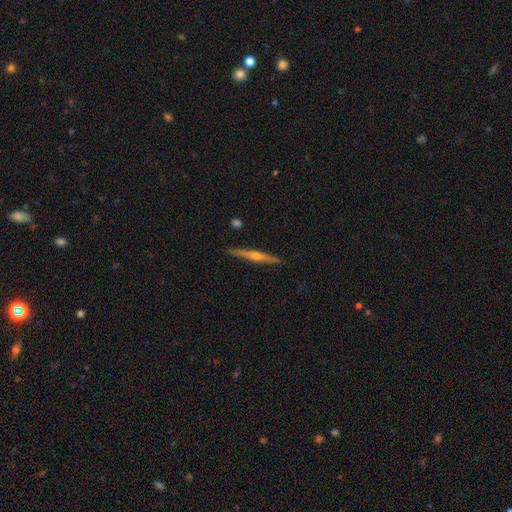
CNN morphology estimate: The model was most divided on "smooth or featured": featured or disk: 76%, smooth: 18%, star or artifact: 6%. More confident: edge-on disk — yes (98%); merging — none (91%); edge-on bulge — rounded (90%).